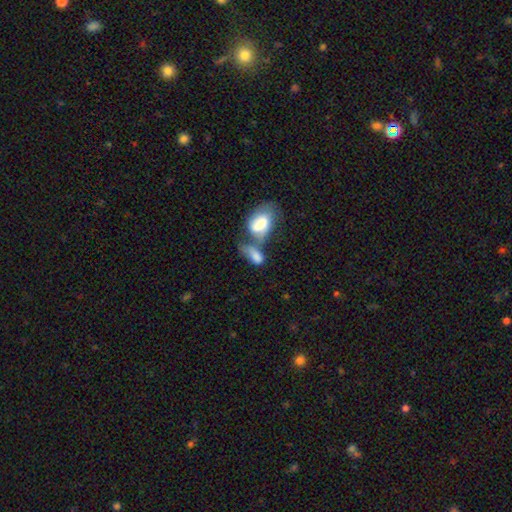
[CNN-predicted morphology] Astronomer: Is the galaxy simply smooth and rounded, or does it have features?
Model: smooth — 72%.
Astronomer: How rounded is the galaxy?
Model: in between — 89%.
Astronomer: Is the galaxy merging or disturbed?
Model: merger — 68%.